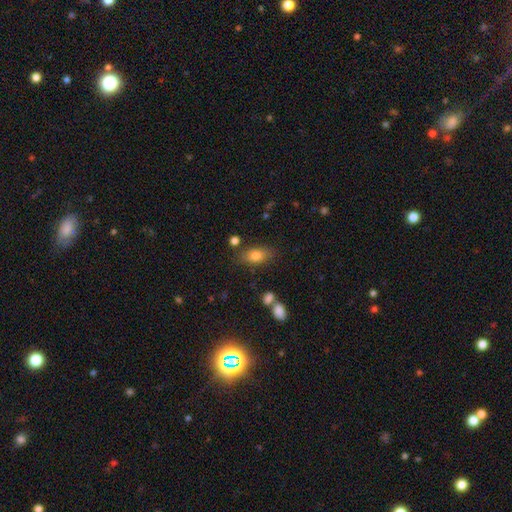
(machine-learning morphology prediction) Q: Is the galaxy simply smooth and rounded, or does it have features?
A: smooth — 79%.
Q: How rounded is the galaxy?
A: in between — 84%.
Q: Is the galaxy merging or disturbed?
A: none — 75%.